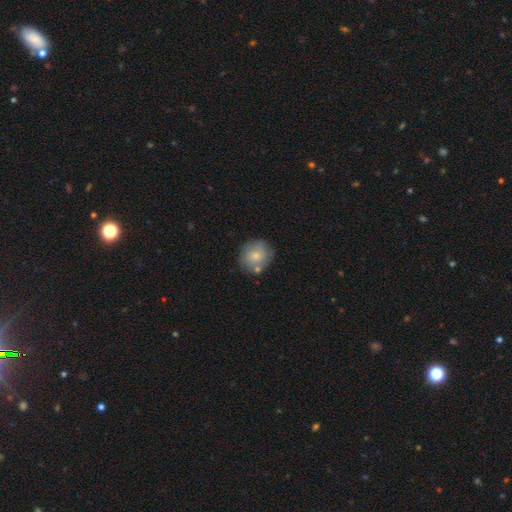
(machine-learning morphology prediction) Overall: smooth (72%). How rounded: round (86%). Merging: none (69%).